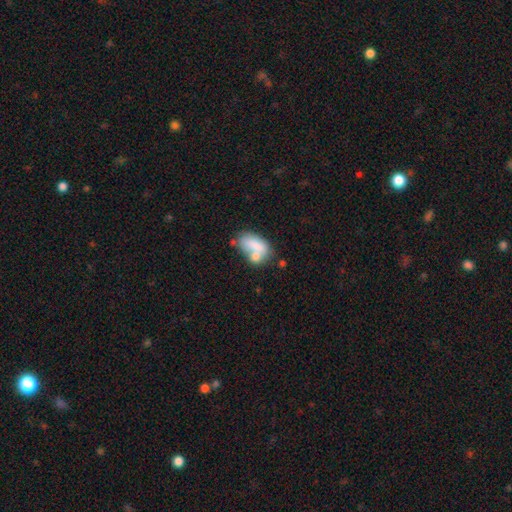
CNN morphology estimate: smooth 72%, featured or disk 20%, star or artifact 8%. Down the decision tree: how rounded — in between (88%); merging — merger (44%).